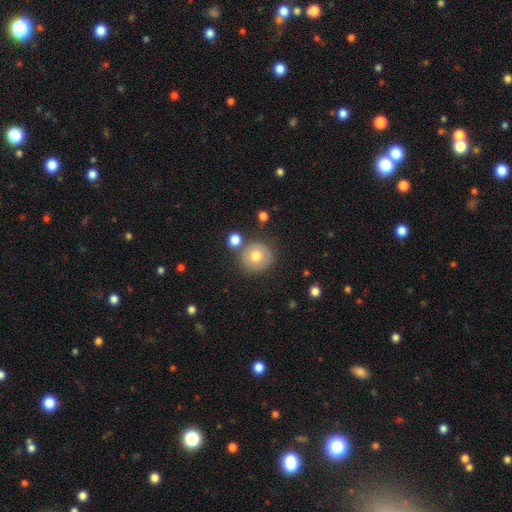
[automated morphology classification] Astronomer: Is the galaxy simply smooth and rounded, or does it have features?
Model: smooth — 71%.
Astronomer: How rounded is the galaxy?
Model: round — 91%.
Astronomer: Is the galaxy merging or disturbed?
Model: none — 76%.